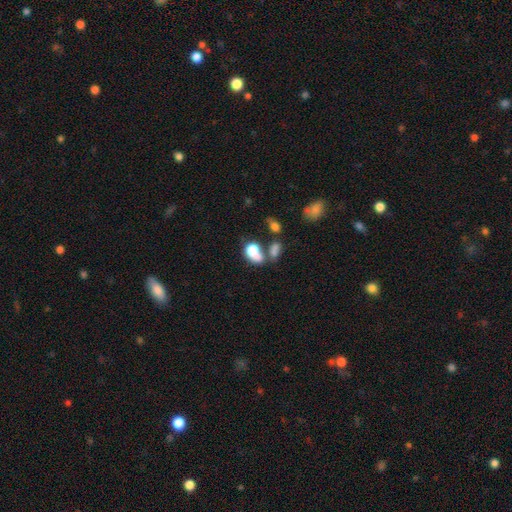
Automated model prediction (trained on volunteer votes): Smooth or featured: smooth — 71% (featured or disk — 18%)
How rounded: in between — 75% (round — 23%)
Merging: merger — 47% (none — 23%)